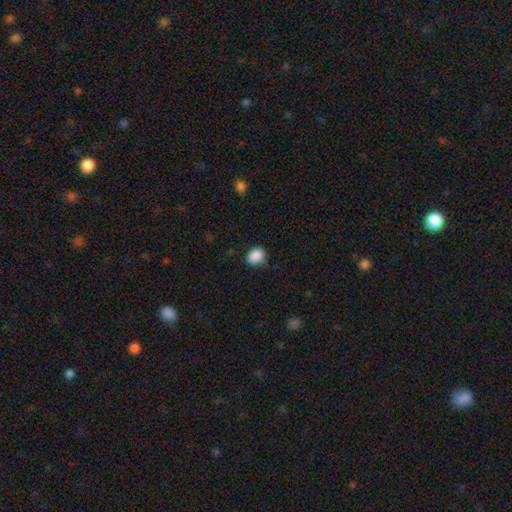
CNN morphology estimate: Smooth or featured? smooth (89%)
How rounded? in between (53%)
Merging? none (82%)